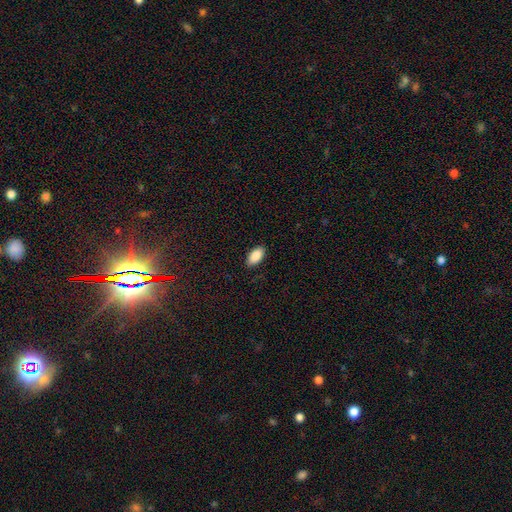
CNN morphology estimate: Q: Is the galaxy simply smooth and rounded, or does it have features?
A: smooth — 88%.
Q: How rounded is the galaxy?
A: in between — 93%.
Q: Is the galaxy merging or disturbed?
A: none — 88%.